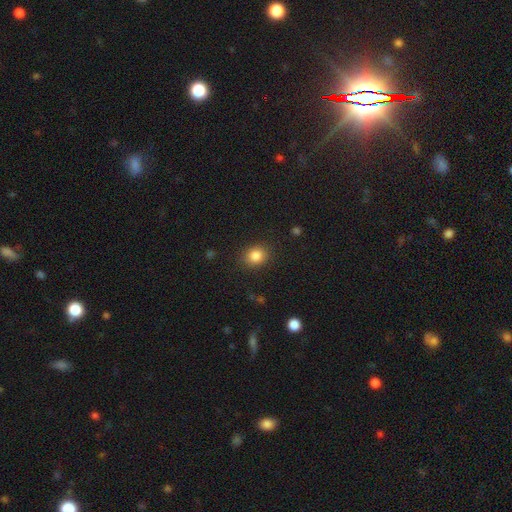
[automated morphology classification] smooth-or-featured: smooth: 84% | star or artifact: 10% | featured or disk: 5%
  how-rounded: round: 63% | in between: 36% | cigar-shaped: 1%
  merging: none: 87% | minor disturbance: 9% | major disturbance: 3% | merger: 1%